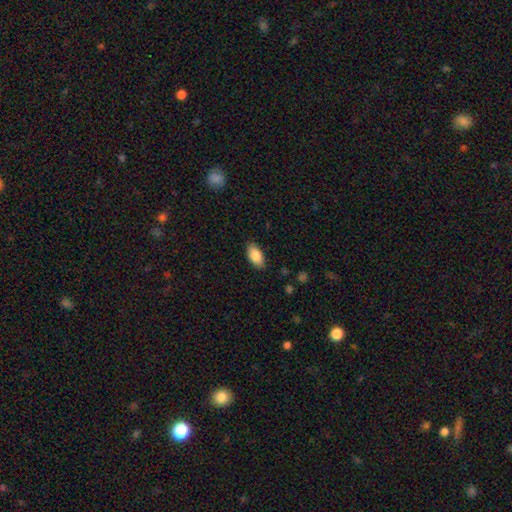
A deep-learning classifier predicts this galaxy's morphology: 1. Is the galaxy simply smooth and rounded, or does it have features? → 86% smooth, 7% featured or disk, 6% star or artifact.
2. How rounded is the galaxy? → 94% in between, 3% cigar-shaped, 3% round.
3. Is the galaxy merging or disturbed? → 86% none, 11% minor disturbance, 2% major disturbance, 1% merger.